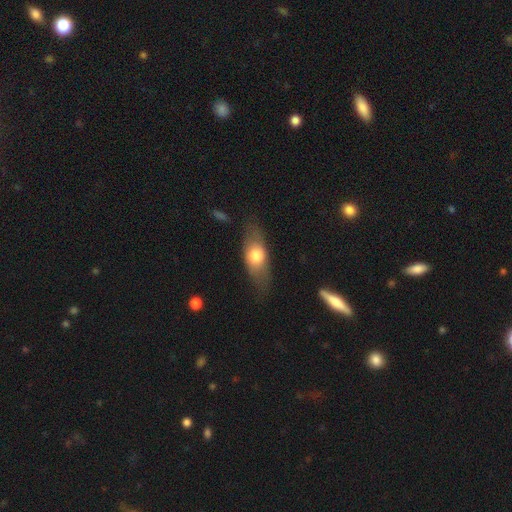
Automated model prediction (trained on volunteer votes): Smooth or featured? smooth (65%)
How rounded? in between (73%)
Merging? none (71%)